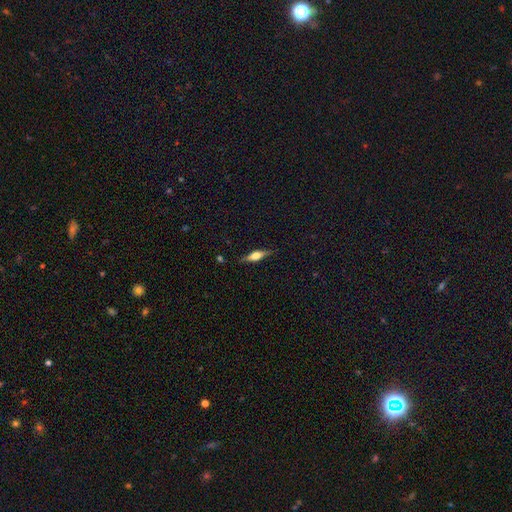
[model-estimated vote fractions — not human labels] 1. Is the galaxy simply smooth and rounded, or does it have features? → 56% featured or disk, 38% smooth, 7% star or artifact.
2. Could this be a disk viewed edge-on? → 95% yes, 5% no.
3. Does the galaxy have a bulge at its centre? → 86% rounded, 11% boxy, 3% none.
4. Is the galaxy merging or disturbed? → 84% none, 12% minor disturbance, 3% major disturbance, 1% merger.